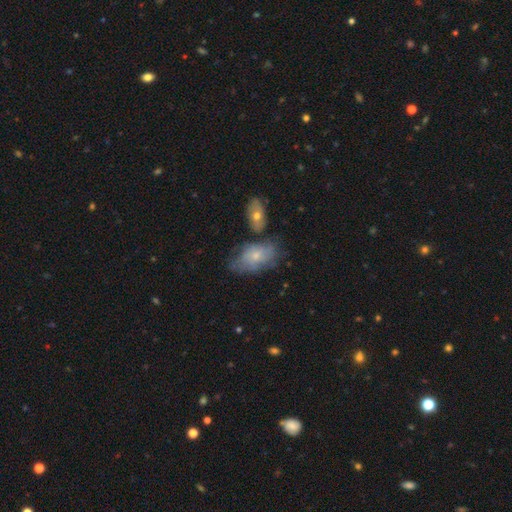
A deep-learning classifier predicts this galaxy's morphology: smooth-or-featured: smooth: 55% | featured or disk: 37% | star or artifact: 8%
  how-rounded: in between: 91% | round: 8% | cigar-shaped: 2%
  merging: none: 46% | minor disturbance: 28% | merger: 13% | major disturbance: 12%